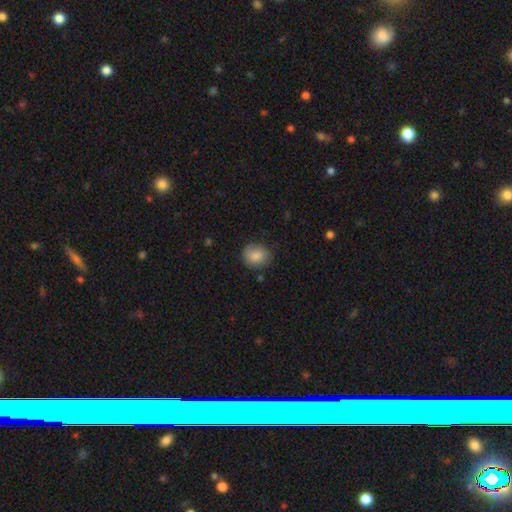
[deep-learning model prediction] Morphology: type=smooth (84%); roundness=round (70%); merging=none (77%).